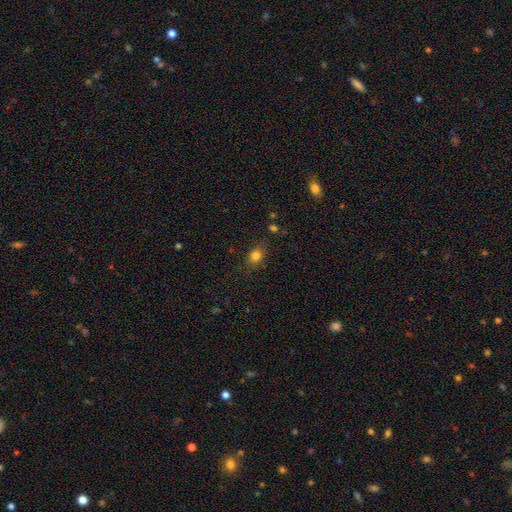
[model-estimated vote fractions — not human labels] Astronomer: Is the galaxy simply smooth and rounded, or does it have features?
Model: smooth — 81%.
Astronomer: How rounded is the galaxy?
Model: round — 50% (runner-up: in between, 48%).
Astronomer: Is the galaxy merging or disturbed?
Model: none — 79%.